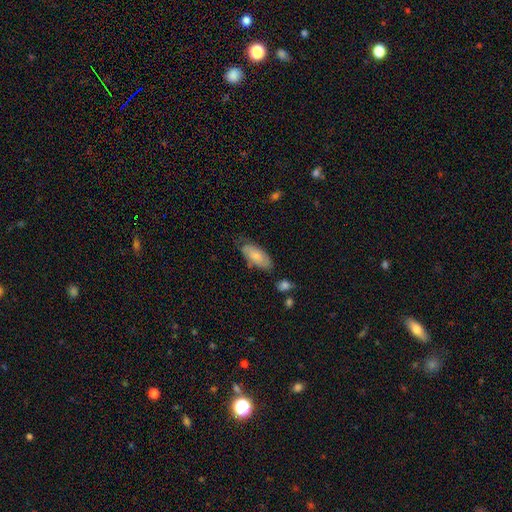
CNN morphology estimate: Overall: smooth (75%). How rounded: in between (88%). Merging: none (63%; minor disturbance 27%).